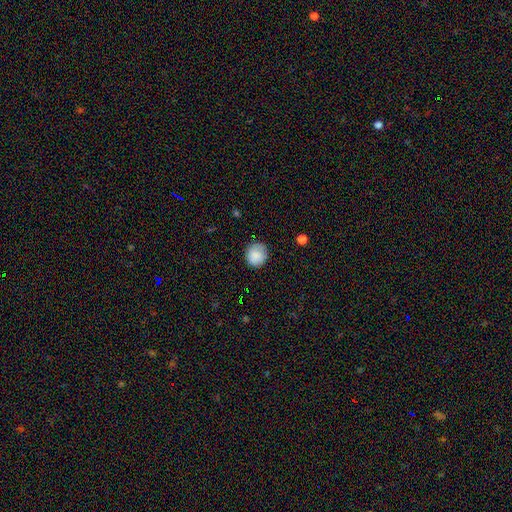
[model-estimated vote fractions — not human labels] smooth 87%, star or artifact 8%, featured or disk 5%. Down the decision tree: how rounded — round (86%); merging — none (79%).